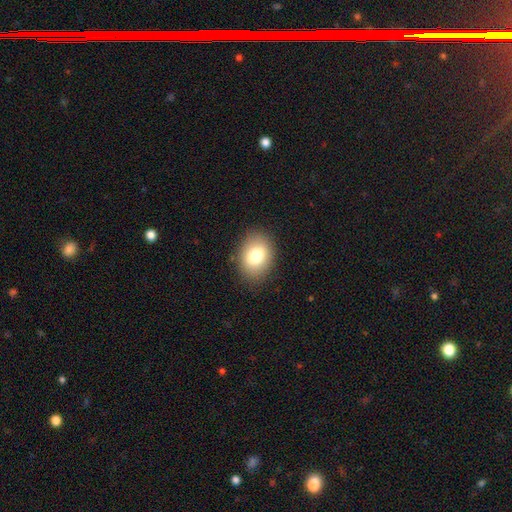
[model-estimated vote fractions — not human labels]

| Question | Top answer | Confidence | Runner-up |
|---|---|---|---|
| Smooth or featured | smooth | 78% | featured or disk (13%) |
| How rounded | in between | 68% | round (31%) |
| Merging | none | 87% | minor disturbance (9%) |